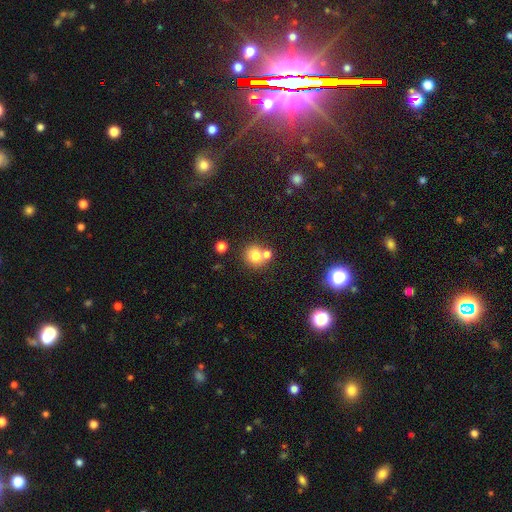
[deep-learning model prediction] smooth_or_featured: smooth (p=0.77) [alt: star or artifact p=0.12]
how_rounded: round (p=0.87) [alt: in between p=0.12]
merging: none (p=0.56) [alt: merger p=0.32]